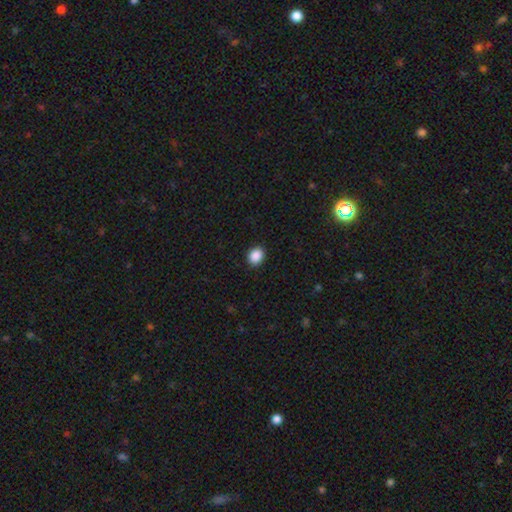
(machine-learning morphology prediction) smooth-or-featured: smooth: 89% | star or artifact: 9% | featured or disk: 3%
  how-rounded: round: 58% | in between: 41% | cigar-shaped: 1%
  merging: none: 91% | minor disturbance: 6% | major disturbance: 2% | merger: 1%